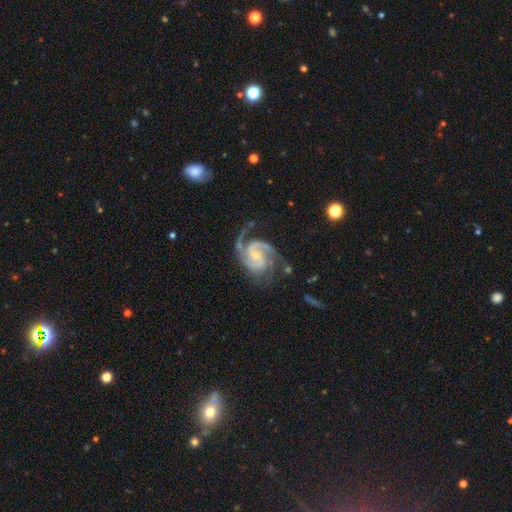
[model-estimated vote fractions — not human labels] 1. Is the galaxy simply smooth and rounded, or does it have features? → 93% featured or disk, 4% star or artifact, 3% smooth.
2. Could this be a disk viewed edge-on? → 98% no, 2% yes.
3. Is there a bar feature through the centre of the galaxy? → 54% no, 37% weak, 10% strong.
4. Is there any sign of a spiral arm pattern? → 98% yes, 2% no.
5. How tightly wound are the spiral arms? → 50% medium, 40% tight, 10% loose.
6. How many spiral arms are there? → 50% 2, 31% 3, 6% can't tell, 5% 4, 4% 1, 4% more than 4.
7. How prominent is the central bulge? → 63% small, 25% moderate, 9% none, 2% large, 1% dominant.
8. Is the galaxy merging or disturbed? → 63% none, 20% minor disturbance, 15% major disturbance, 3% merger.